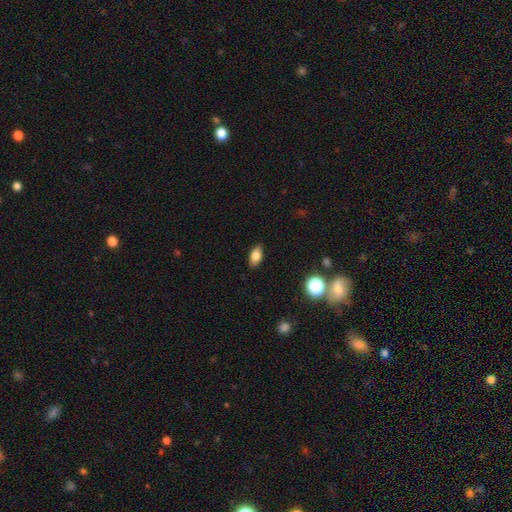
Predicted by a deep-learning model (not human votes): Smooth or featured? smooth (80%)
How rounded? in between (88%)
Merging? none (87%)